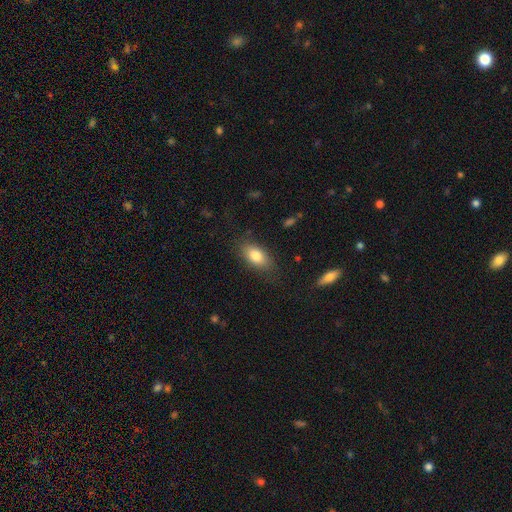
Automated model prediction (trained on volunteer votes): Q: Smooth or featured?
A: smooth (82%); runner-up: featured or disk (11%)
Q: How rounded?
A: in between (89%); runner-up: cigar-shaped (6%)
Q: Merging?
A: none (81%); runner-up: minor disturbance (14%)